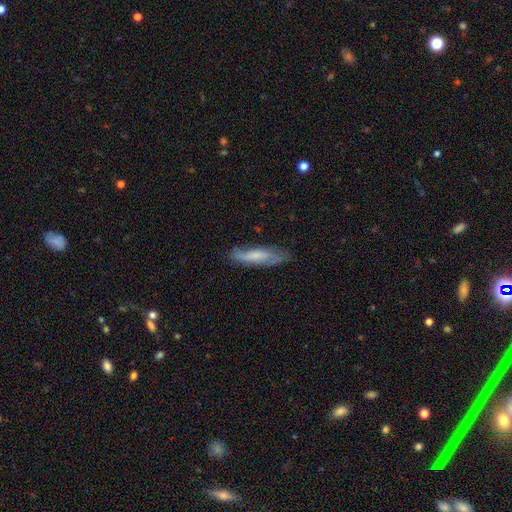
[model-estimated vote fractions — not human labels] Smooth or featured?
  - smooth: 50% *
  - featured or disk: 43%
  - star or artifact: 7%
Merging?
  - none: 70% *
  - minor disturbance: 22%
  - major disturbance: 6%
  - merger: 2%